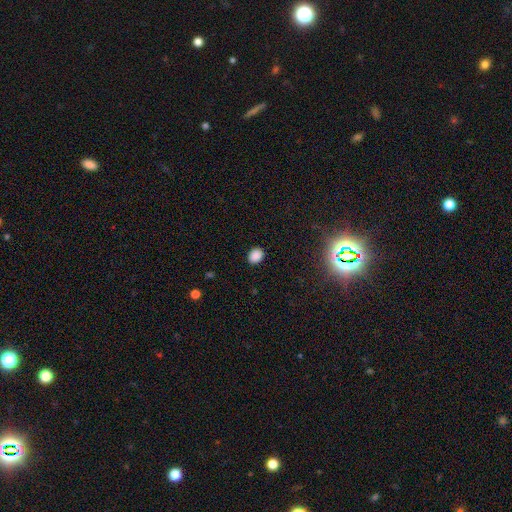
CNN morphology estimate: Smooth or featured?
  - smooth: 86% *
  - star or artifact: 11%
  - featured or disk: 3%
How rounded?
  - round: 52% *
  - in between: 47%
  - cigar-shaped: 1%
Merging?
  - none: 89% *
  - minor disturbance: 8%
  - major disturbance: 2%
  - merger: 1%